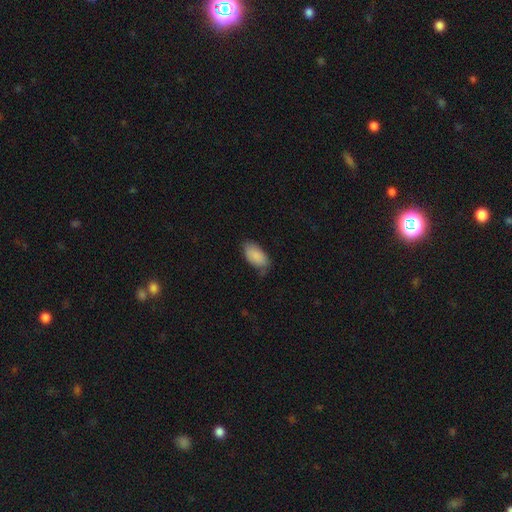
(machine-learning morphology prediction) The model was most divided on "merging": none: 63%, minor disturbance: 29%, major disturbance: 6%, merger: 2%. More confident: how rounded — in between (95%); smooth or featured — smooth (87%).